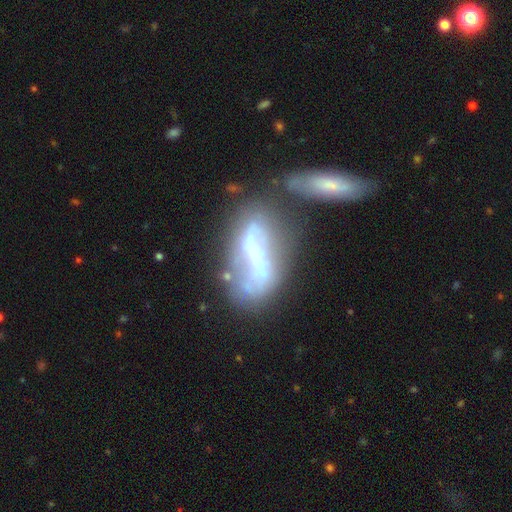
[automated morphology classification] Smooth or featured? featured or disk (61%)
Edge-on disk? no (82%)
Merging? none (32%, tied with merger)